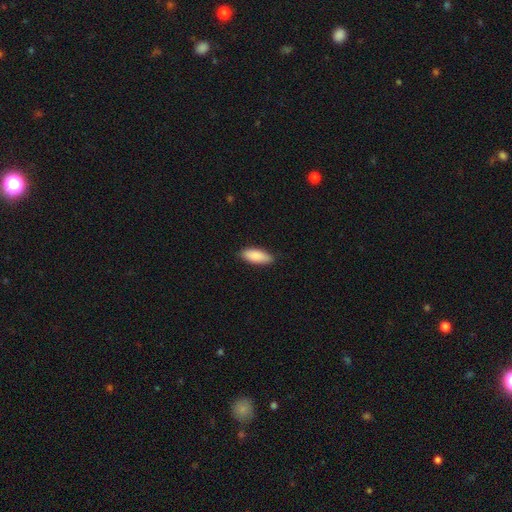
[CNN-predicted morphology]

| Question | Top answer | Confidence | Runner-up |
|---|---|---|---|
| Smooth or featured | smooth | 89% | featured or disk (6%) |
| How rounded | in between | 76% | cigar-shaped (22%) |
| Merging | none | 87% | minor disturbance (10%) |